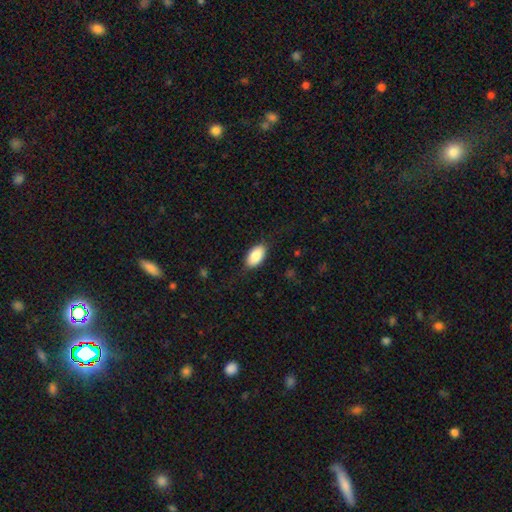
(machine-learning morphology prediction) Smooth or featured? smooth (87%)
How rounded? in between (94%)
Merging? none (83%)